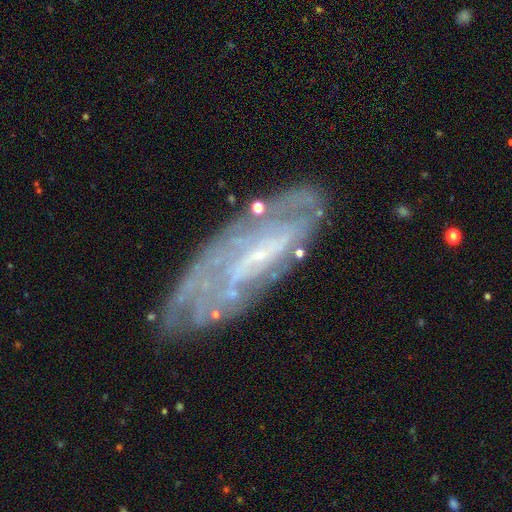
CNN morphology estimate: Smooth or featured?
  - featured or disk: 75% *
  - smooth: 16%
  - star or artifact: 8%
Edge-on disk?
  - no: 80% *
  - yes: 20%
Bar?
  - no: 43% *
  - weak: 39%
  - strong: 19%
Spiral arms?
  - yes: 70% *
  - no: 30%
Bulge size?
  - small: 72% *
  - none: 13%
  - moderate: 12%
  - large: 1%
  - dominant: 1%
Merging?
  - none: 68% *
  - minor disturbance: 20%
  - major disturbance: 8%
  - merger: 3%